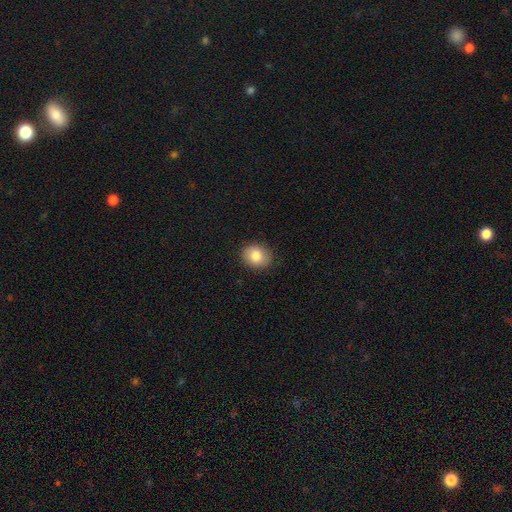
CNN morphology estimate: smooth_or_featured: smooth (p=0.83) [alt: featured or disk p=0.08]
how_rounded: round (p=0.62) [alt: in between p=0.37]
merging: none (p=0.87) [alt: minor disturbance p=0.10]